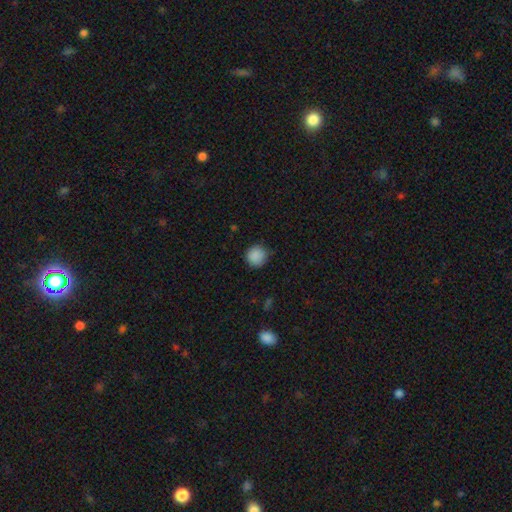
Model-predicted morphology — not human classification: This appears to be a smooth galaxy with no disk features (88%) that is round (92%). Merging: none (82%).